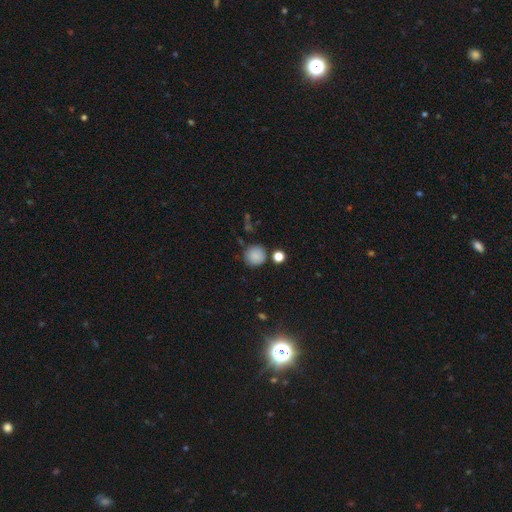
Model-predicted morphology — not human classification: smooth_or_featured: smooth (p=0.85) [alt: star or artifact p=0.10]
how_rounded: round (p=0.92) [alt: in between p=0.07]
merging: none (p=0.79) [alt: minor disturbance p=0.11]